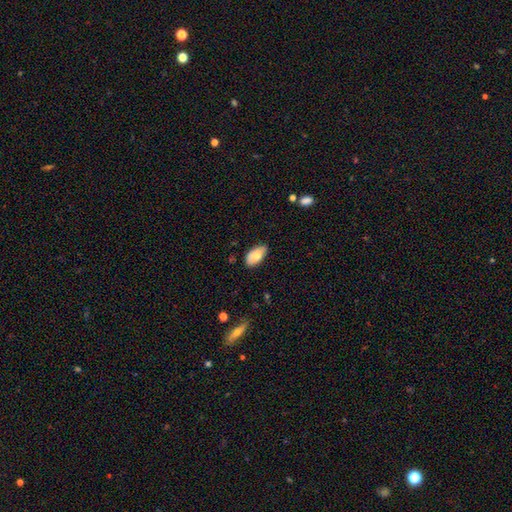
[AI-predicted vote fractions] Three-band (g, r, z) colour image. It shows a smooth galaxy with no disk features (77%) that is in between round and cigar-shaped (95%). Merging: none (80%).